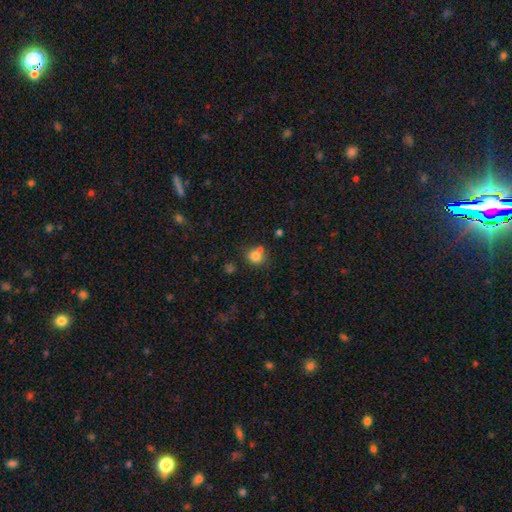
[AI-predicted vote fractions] Q: Smooth or featured?
A: smooth (78%); runner-up: star or artifact (13%)
Q: How rounded?
A: round (75%); runner-up: in between (24%)
Q: Merging?
A: none (55%); runner-up: merger (29%)